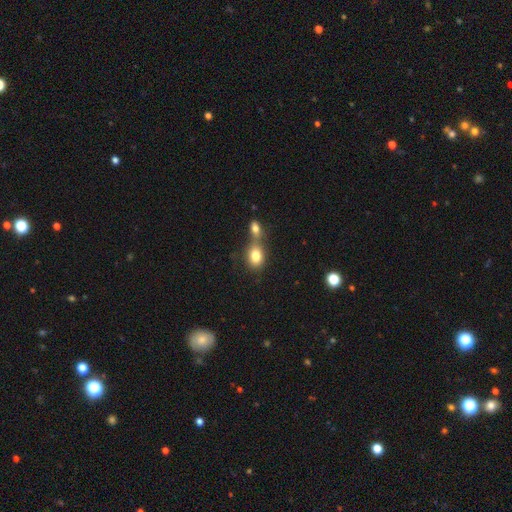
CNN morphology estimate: A smooth galaxy with no disk features (81%) that is in between round and cigar-shaped (67%). Merging: merger (50%).